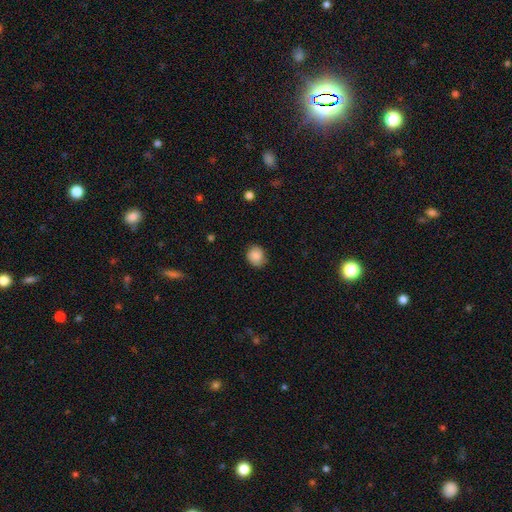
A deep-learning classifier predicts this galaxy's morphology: Smooth or featured: smooth — 82% (featured or disk — 10%)
How rounded: round — 76% (in between — 24%)
Merging: none — 78% (minor disturbance — 17%)